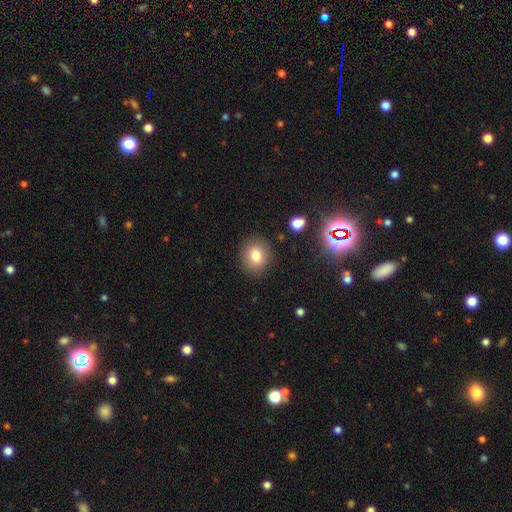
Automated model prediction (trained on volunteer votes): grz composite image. It shows a smooth galaxy with no disk features (80%) that is round (68%). Merging: none (87%).